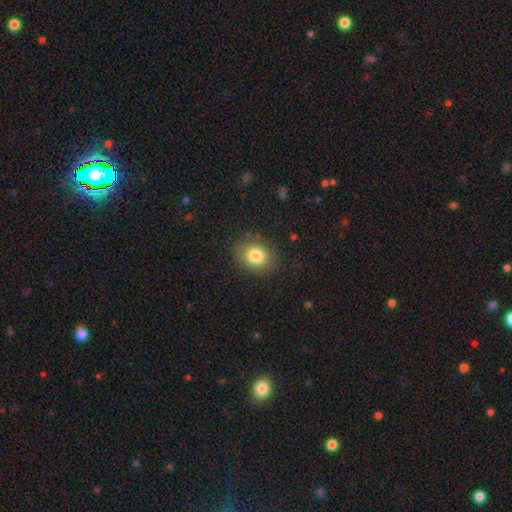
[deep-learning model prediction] Smooth or featured: smooth — 81% (star or artifact — 10%)
How rounded: round — 61% (in between — 38%)
Merging: none — 84% (minor disturbance — 11%)